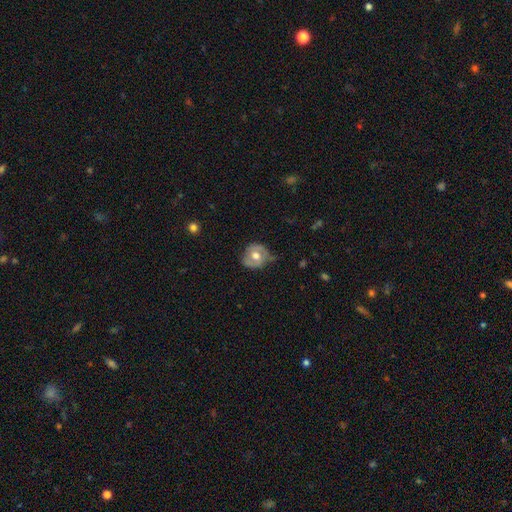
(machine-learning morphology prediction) This is possibly a featured or disk galaxy (48%). Merging: possibly none (59%).